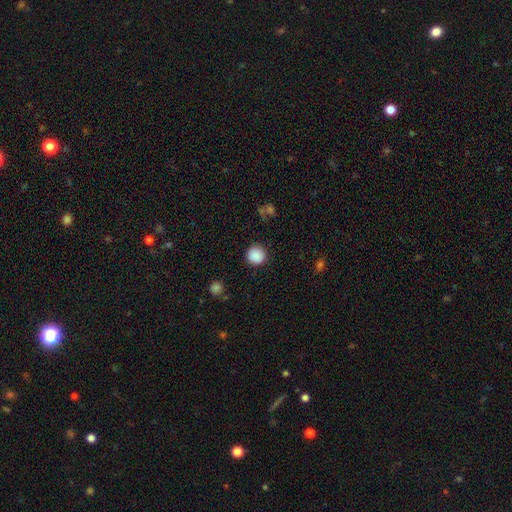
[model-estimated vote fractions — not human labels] smooth-or-featured: smooth: 88% | star or artifact: 9% | featured or disk: 3%
  how-rounded: round: 94% | in between: 5% | cigar-shaped: 1%
  merging: none: 90% | minor disturbance: 6% | major disturbance: 2% | merger: 1%